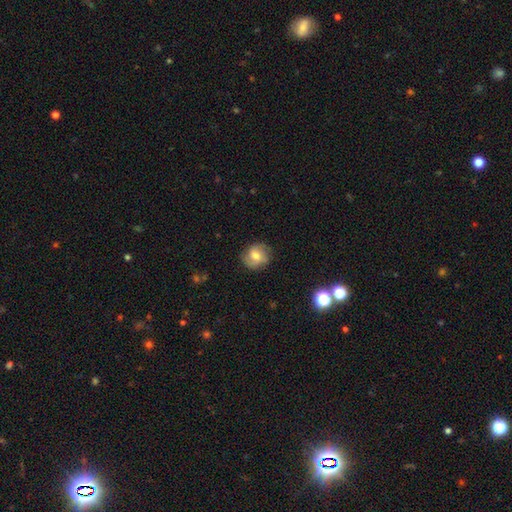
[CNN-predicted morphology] This appears to be a smooth galaxy with no disk features (54%) that is round (75%). Merging: none (80%).